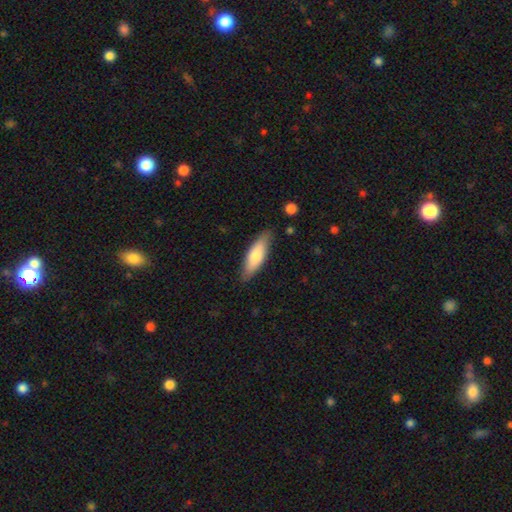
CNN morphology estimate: smooth 74%, featured or disk 21%, star or artifact 5%. Down the decision tree: how rounded — cigar-shaped (49%, tied with in between); merging — none (83%).